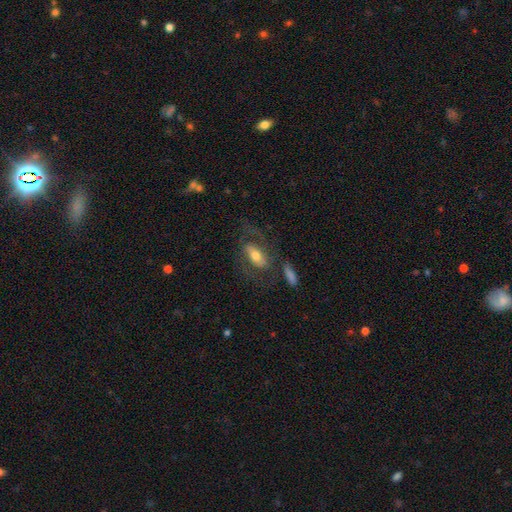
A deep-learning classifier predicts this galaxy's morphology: featured or disk 52%, smooth 41%, star or artifact 7%. Down the decision tree: edge-on disk — no (87%); merging — none (54%).